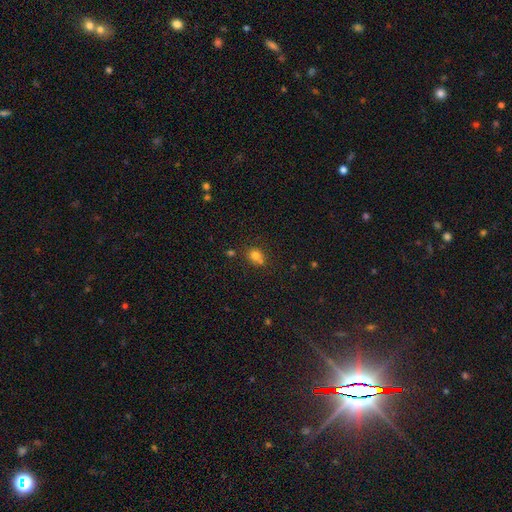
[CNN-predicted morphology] Q: Smooth or featured?
A: smooth (76%); runner-up: star or artifact (14%)
Q: How rounded?
A: round (67%); runner-up: in between (32%)
Q: Merging?
A: none (54%); runner-up: merger (27%)